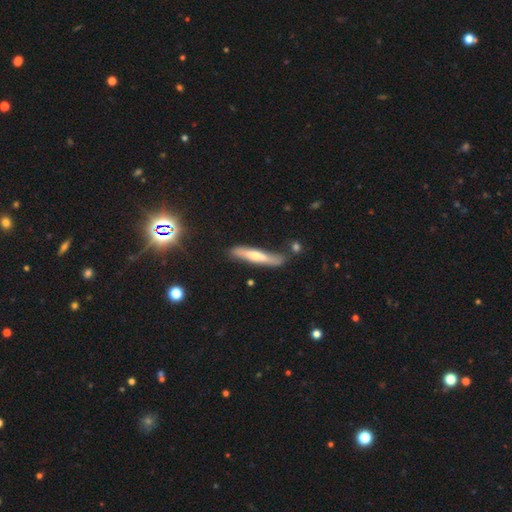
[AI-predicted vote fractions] A featured or disk galaxy (50%). Merging: none (74%).